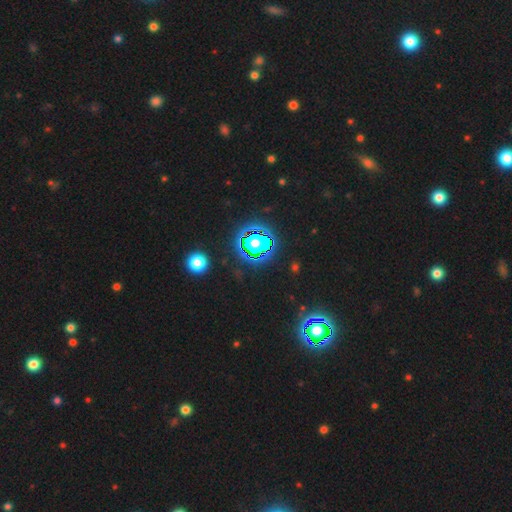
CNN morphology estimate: Smooth or featured: star or artifact — 81% (smooth — 12%)